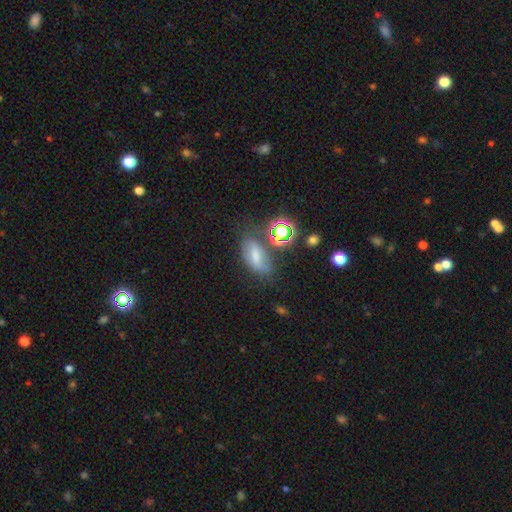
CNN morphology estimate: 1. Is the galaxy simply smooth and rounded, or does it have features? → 59% smooth, 22% featured or disk, 19% star or artifact.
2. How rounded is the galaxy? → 82% in between, 10% round, 8% cigar-shaped.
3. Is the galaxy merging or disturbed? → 60% none, 21% minor disturbance, 9% major disturbance, 9% merger.